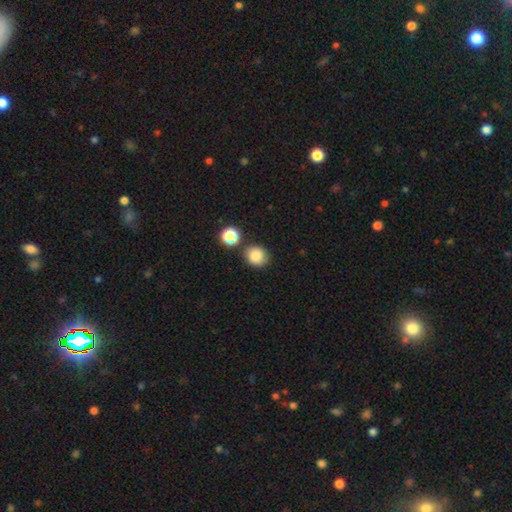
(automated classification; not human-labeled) Smooth or featured? Predicted: smooth (p=0.84). How rounded? Predicted: round (p=0.76). Merging? Predicted: none (p=0.76).